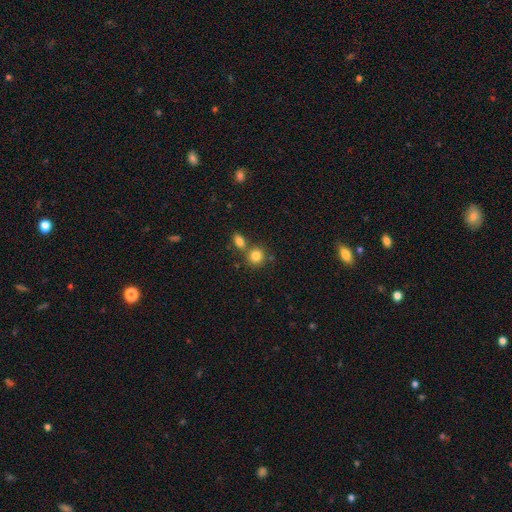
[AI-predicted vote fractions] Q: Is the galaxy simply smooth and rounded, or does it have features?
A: smooth — 82%.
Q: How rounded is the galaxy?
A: round — 84%.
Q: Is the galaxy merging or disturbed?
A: none — 57%.